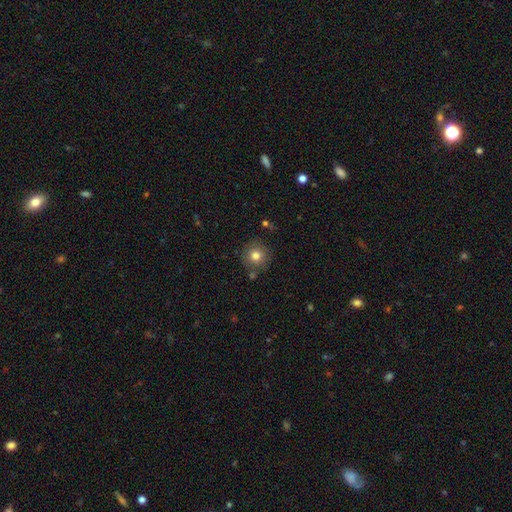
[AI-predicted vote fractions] Smooth or featured?
  - smooth: 79% *
  - star or artifact: 11%
  - featured or disk: 9%
How rounded?
  - round: 95% *
  - in between: 4%
  - cigar-shaped: 1%
Merging?
  - none: 84% *
  - minor disturbance: 9%
  - merger: 4%
  - major disturbance: 3%